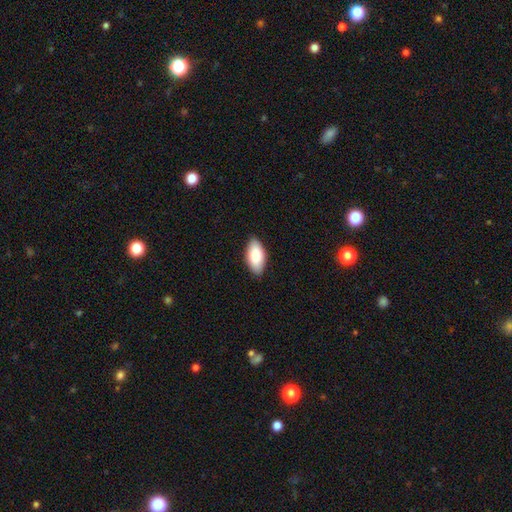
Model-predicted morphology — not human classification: A smooth galaxy with no disk features (84%) that is in between round and cigar-shaped (94%). Merging: none (86%).